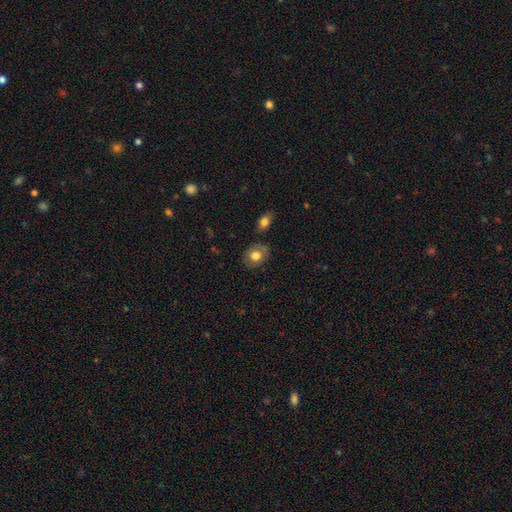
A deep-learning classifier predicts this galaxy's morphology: Smooth or featured? Predicted: smooth (p=0.76). How rounded? Predicted: round (p=0.58). Merging? Predicted: none (p=0.76).